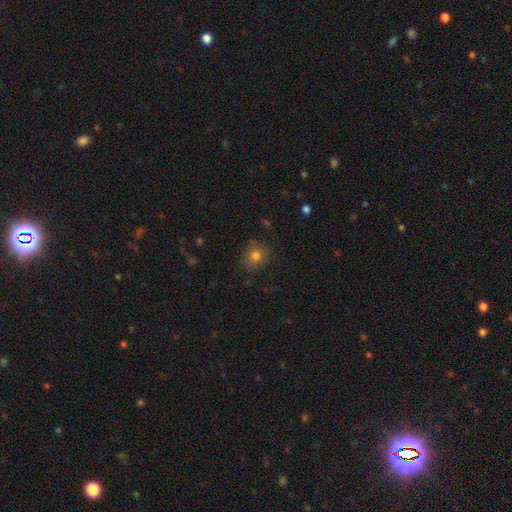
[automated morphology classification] Smooth or featured? smooth (78%)
How rounded? round (80%)
Merging? none (82%)